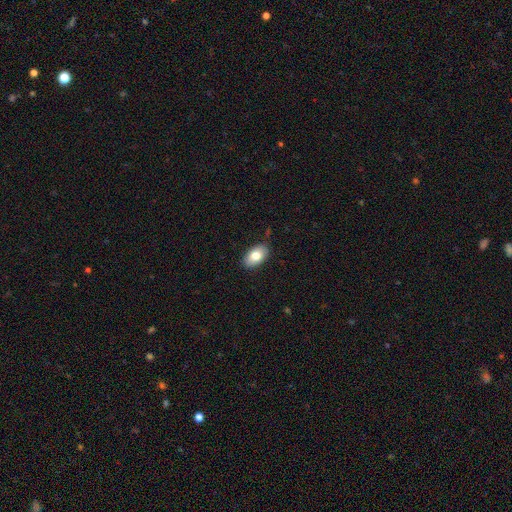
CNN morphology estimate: A smooth galaxy with no disk features (80%) that is in between round and cigar-shaped (93%).

Vote fractions:
- Smooth or featured? smooth: 80% / featured or disk: 13% / star or artifact: 7%
- How rounded? in between: 93% / round: 5% / cigar-shaped: 2%
- Merging? none: 86% / minor disturbance: 11% / major disturbance: 2% / merger: 1%